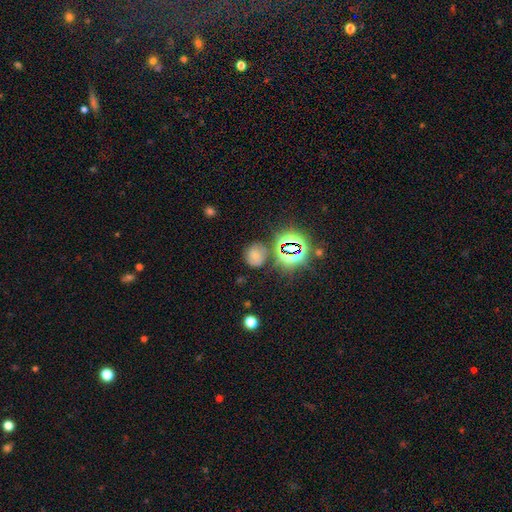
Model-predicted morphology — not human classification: smooth_or_featured: smooth (p=0.58) [alt: star or artifact p=0.29]
how_rounded: round (p=0.74) [alt: in between p=0.24]
merging: none (p=0.70) [alt: minor disturbance p=0.17]